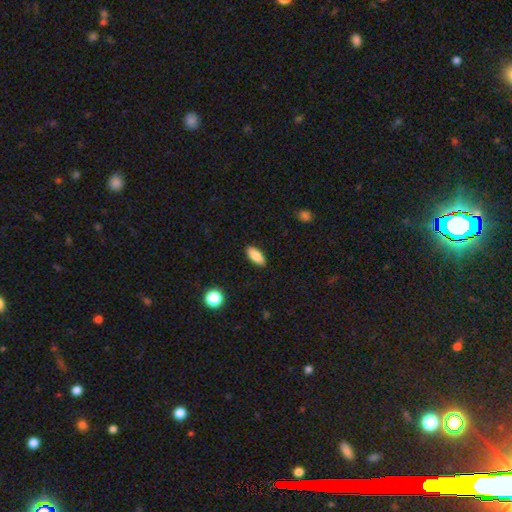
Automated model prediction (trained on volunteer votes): Overall: smooth (86%). How rounded: in between (82%). Merging: none (89%).